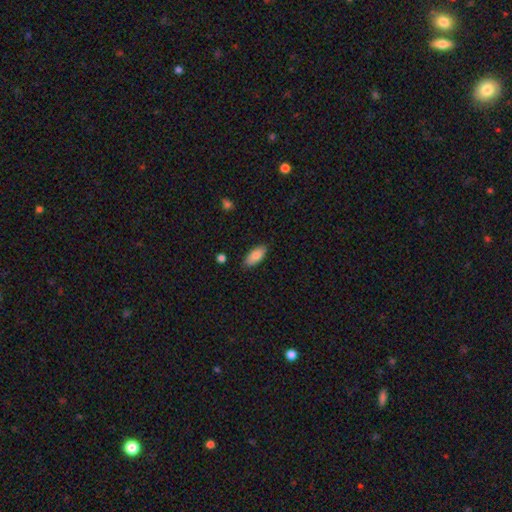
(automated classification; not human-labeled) Smooth or featured? Predicted: smooth (p=0.84). How rounded? Predicted: in between (p=0.89). Merging? Predicted: none (p=0.85).